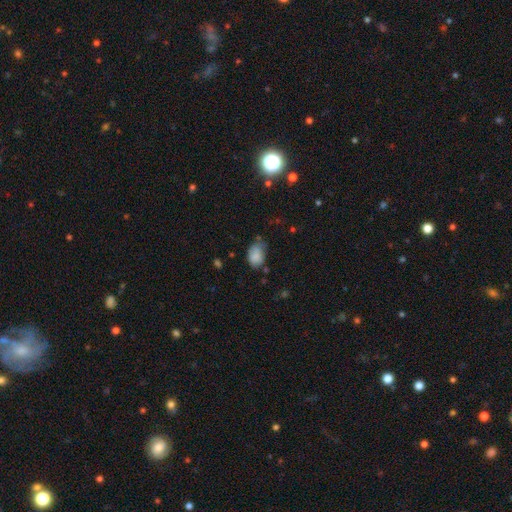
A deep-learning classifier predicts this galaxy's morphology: smooth 80%, featured or disk 11%, star or artifact 9%. Down the decision tree: how rounded — in between (82%); merging — none (47%).